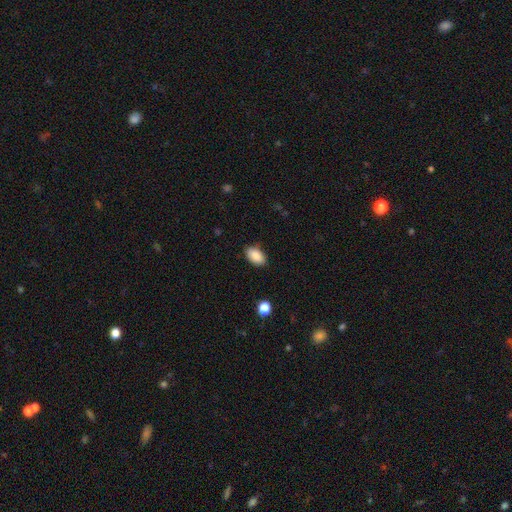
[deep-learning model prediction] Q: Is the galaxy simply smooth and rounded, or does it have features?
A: smooth — 86%.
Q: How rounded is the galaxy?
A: in between — 92%.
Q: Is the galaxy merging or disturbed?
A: none — 85%.